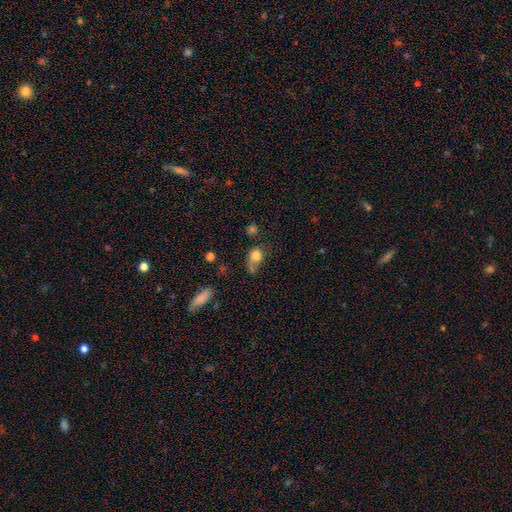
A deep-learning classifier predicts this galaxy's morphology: A smooth galaxy with no disk features (77%) that is round (59%). Merging: none (34%).